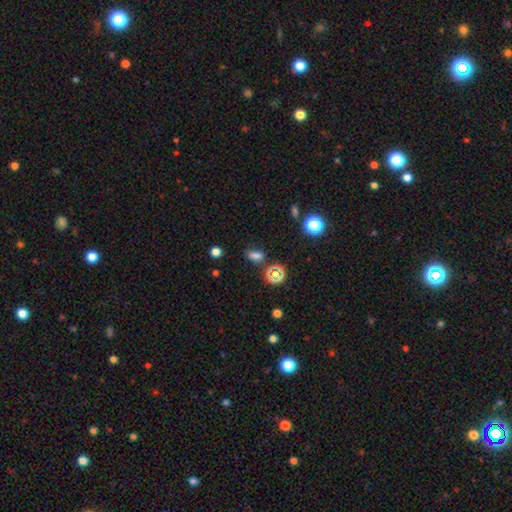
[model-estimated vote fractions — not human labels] A smooth galaxy with no disk features (70%) that is in between round and cigar-shaped (75%). Merging: none (75%).